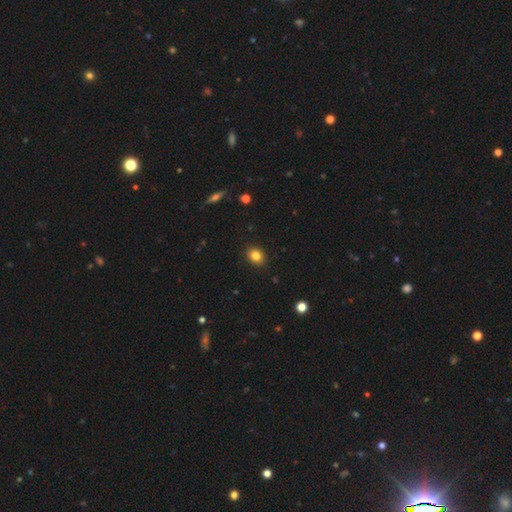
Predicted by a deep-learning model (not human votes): Smooth or featured: smooth — 83% (star or artifact — 11%)
How rounded: round — 55% (in between — 44%)
Merging: none — 89% (minor disturbance — 8%)